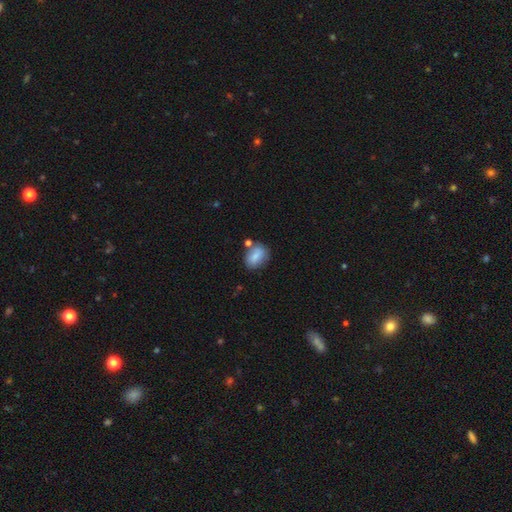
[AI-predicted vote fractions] A smooth galaxy with no disk features (80%) that is in between round and cigar-shaped (77%).

Vote fractions:
- Smooth or featured? smooth: 80% / featured or disk: 13% / star or artifact: 8%
- How rounded? in between: 77% / round: 20% / cigar-shaped: 2%
- Merging? none: 65% / minor disturbance: 18% / merger: 13% / major disturbance: 5%